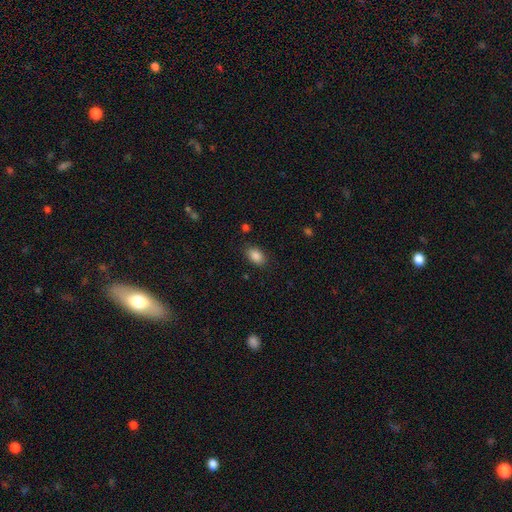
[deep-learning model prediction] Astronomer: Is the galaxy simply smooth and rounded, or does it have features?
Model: smooth — 88%.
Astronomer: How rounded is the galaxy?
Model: in between — 89%.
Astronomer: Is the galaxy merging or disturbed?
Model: none — 85%.